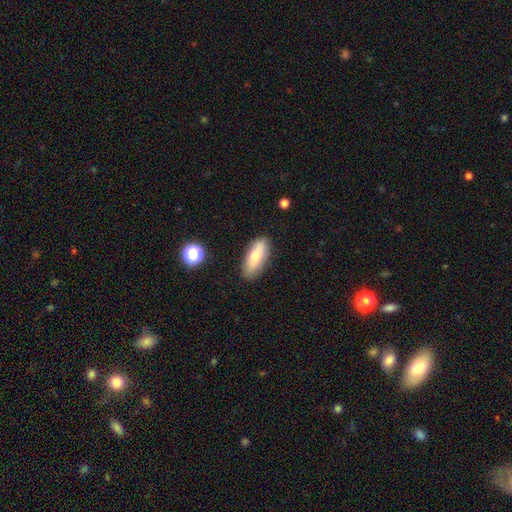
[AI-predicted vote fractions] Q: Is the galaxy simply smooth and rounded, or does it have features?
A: smooth — 73%.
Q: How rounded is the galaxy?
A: in between — 75%.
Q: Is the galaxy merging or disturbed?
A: none — 83%.